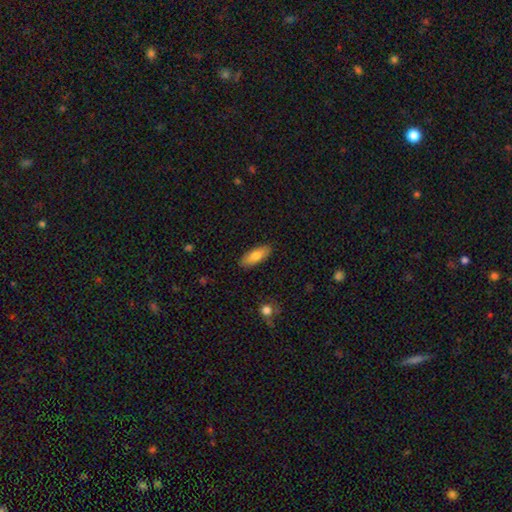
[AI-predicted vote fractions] Overall: smooth (76%). How rounded: in between (78%). Merging: none (88%).